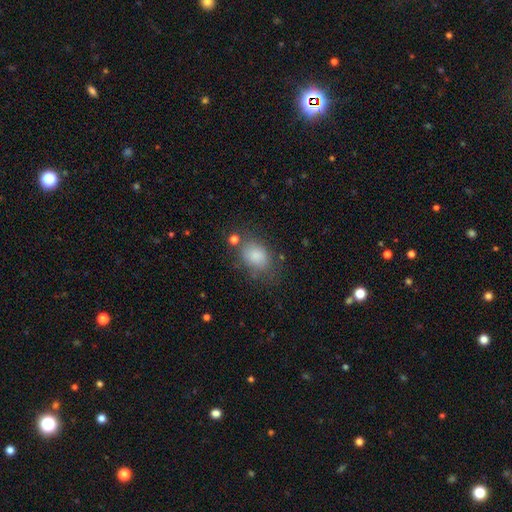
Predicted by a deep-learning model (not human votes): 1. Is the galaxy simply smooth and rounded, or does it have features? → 83% smooth, 9% star or artifact, 8% featured or disk.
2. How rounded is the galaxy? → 74% in between, 25% round, 1% cigar-shaped.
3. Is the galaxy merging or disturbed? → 65% none, 21% minor disturbance, 9% major disturbance, 5% merger.